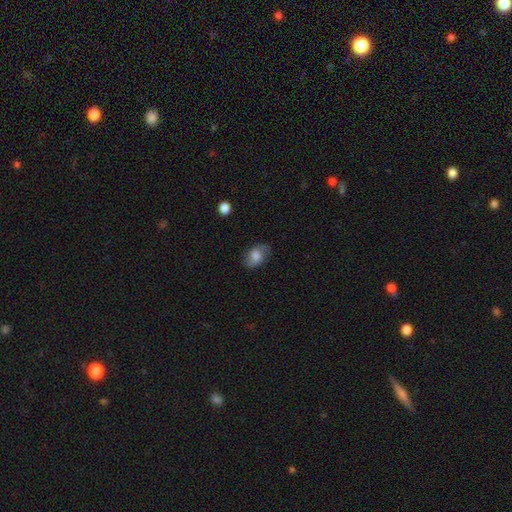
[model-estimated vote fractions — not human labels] Smooth or featured: smooth — 67% (featured or disk — 25%)
How rounded: in between — 82% (round — 17%)
Merging: none — 77% (minor disturbance — 17%)